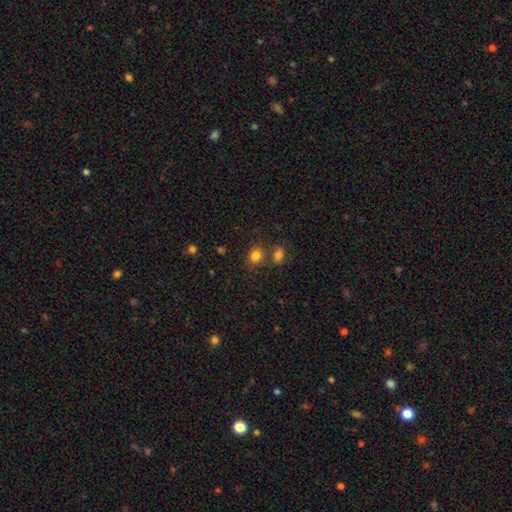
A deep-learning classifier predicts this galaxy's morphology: A smooth galaxy with no disk features (81%) that is round (56%). Merging: none (63%).